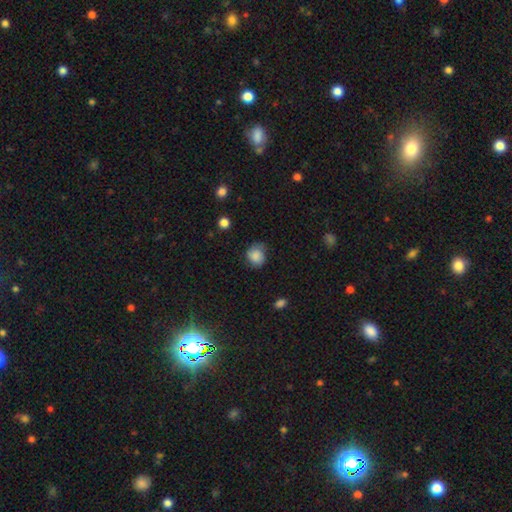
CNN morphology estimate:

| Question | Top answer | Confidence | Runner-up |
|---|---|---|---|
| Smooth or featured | smooth | 77% | featured or disk (14%) |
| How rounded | round | 70% | in between (29%) |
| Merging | none | 61% | minor disturbance (28%) |